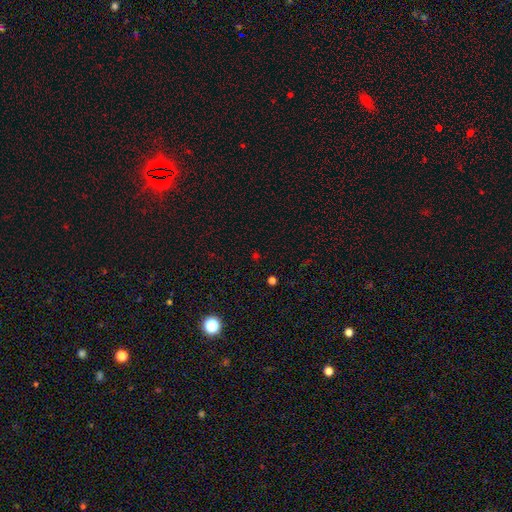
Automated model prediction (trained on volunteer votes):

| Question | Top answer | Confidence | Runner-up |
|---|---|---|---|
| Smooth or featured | star or artifact | 54% | smooth (40%) |